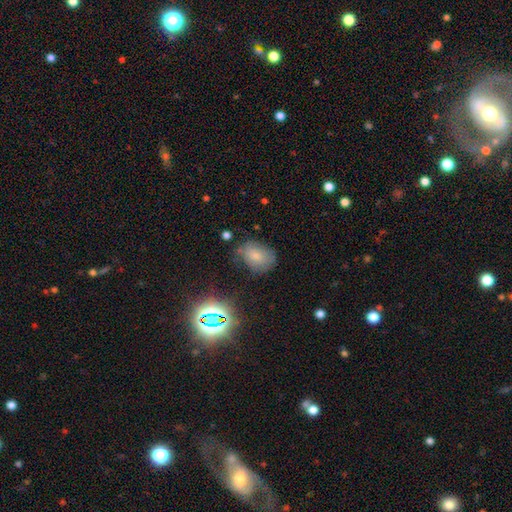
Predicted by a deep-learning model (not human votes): Smooth or featured? smooth (70%)
How rounded? in between (72%)
Merging? none (61%)